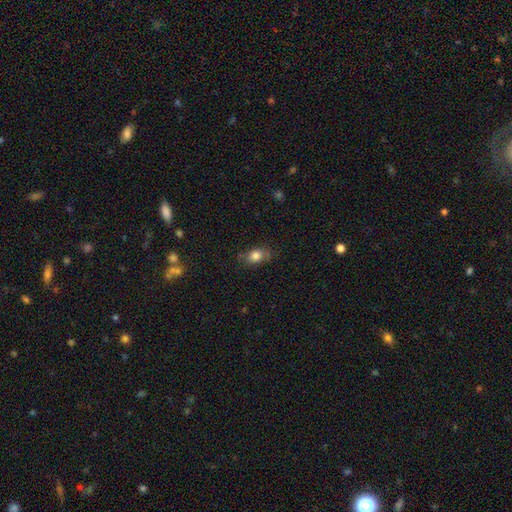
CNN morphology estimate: This appears to be a smooth galaxy with no disk features (81%) that is in between round and cigar-shaped (68%). Merging: none (74%).